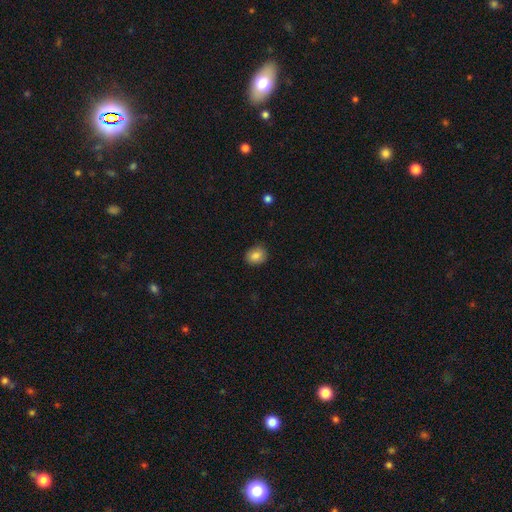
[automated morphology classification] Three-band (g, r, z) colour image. It shows a smooth galaxy with no disk features (84%) that is round (68%). Merging: none (86%).